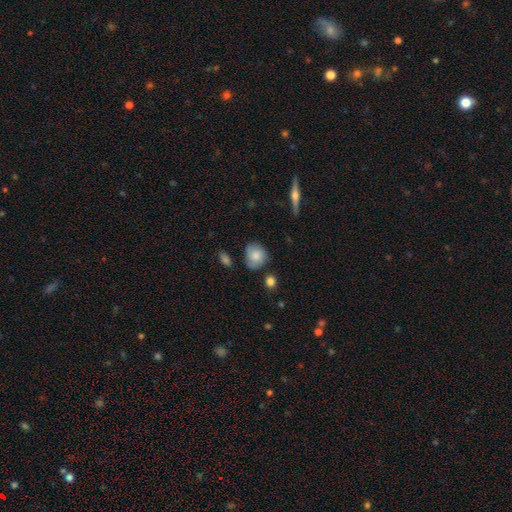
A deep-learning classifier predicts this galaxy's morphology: Q: Smooth or featured?
A: smooth (73%); runner-up: featured or disk (20%)
Q: How rounded?
A: round (64%); runner-up: in between (35%)
Q: Merging?
A: none (58%); runner-up: minor disturbance (31%)